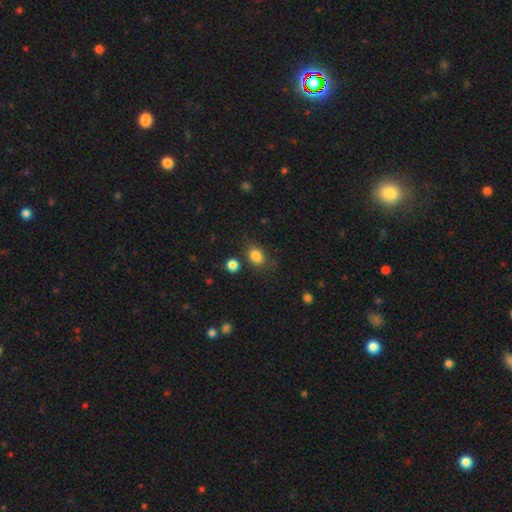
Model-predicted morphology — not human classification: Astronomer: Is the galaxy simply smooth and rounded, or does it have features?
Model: smooth — 83%.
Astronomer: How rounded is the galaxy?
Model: in between — 66%.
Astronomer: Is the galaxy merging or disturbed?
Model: none — 70%.